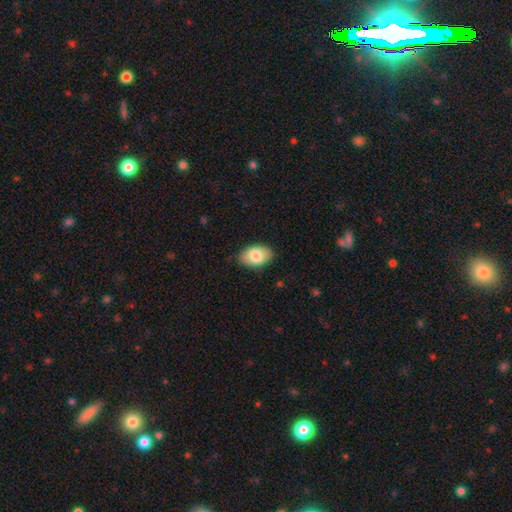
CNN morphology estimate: A smooth galaxy with no disk features (82%) that is in between round and cigar-shaped (91%). Merging: none (84%).